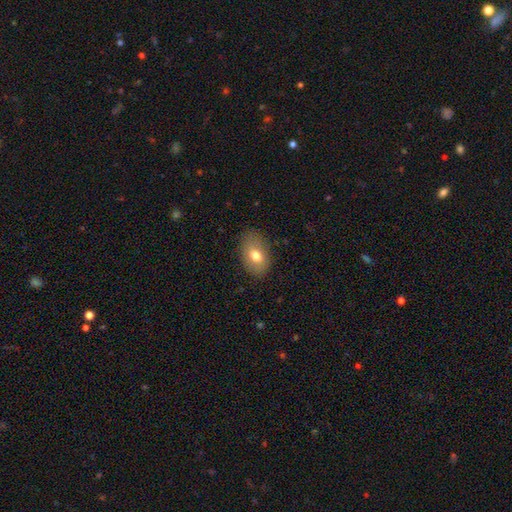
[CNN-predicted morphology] A smooth galaxy with no disk features (73%) that is in between round and cigar-shaped (86%).

Vote fractions:
- Smooth or featured? smooth: 73% / featured or disk: 19% / star or artifact: 8%
- How rounded? in between: 86% / round: 12% / cigar-shaped: 1%
- Merging? none: 80% / minor disturbance: 15% / major disturbance: 4% / merger: 1%